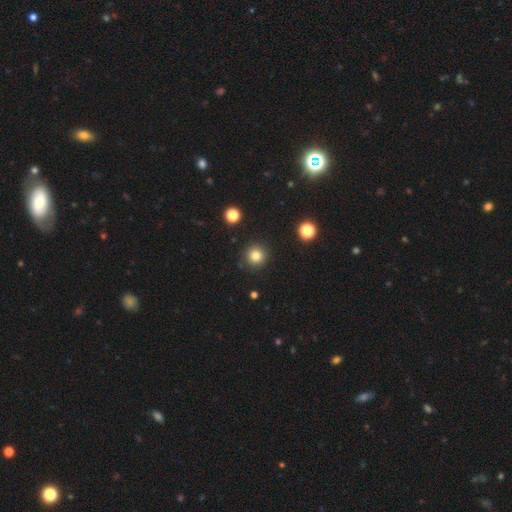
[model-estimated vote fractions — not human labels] smooth-or-featured: smooth: 81% | star or artifact: 12% | featured or disk: 6%
  how-rounded: round: 95% | in between: 4% | cigar-shaped: 1%
  merging: none: 90% | minor disturbance: 6% | major disturbance: 2% | merger: 2%